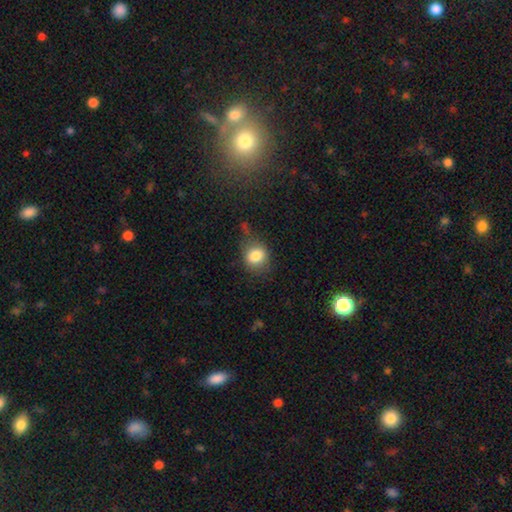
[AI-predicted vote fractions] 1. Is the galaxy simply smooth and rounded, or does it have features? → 82% smooth, 10% star or artifact, 8% featured or disk.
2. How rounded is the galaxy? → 69% round, 30% in between, 1% cigar-shaped.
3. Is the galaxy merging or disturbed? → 64% none, 22% minor disturbance, 10% major disturbance, 4% merger.